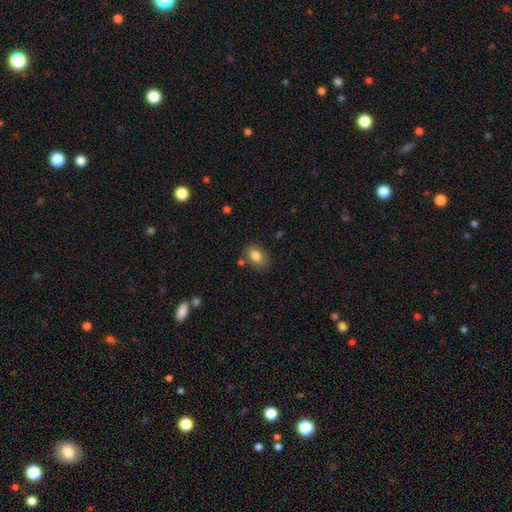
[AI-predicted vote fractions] smooth-or-featured: smooth: 84% | star or artifact: 8% | featured or disk: 8%
  how-rounded: in between: 83% | round: 16% | cigar-shaped: 1%
  merging: none: 76% | minor disturbance: 15% | merger: 6% | major disturbance: 4%